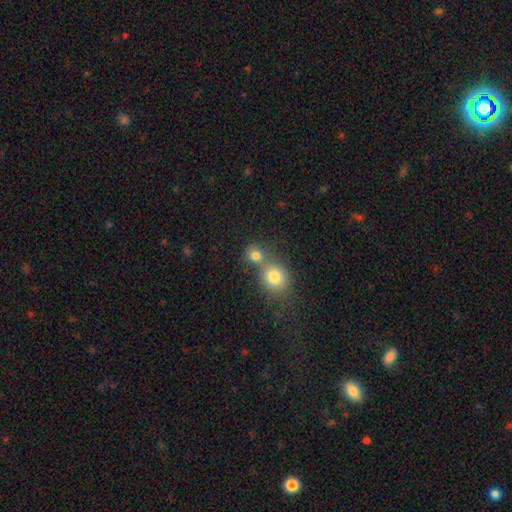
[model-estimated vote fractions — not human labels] Overall: smooth (80%). How rounded: round (81%). Merging: merger (46%; none 45%).